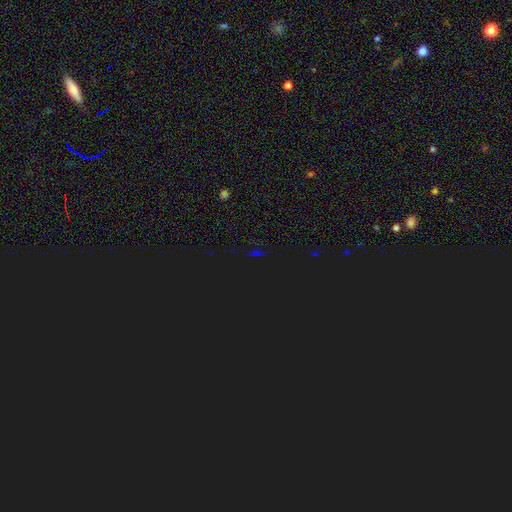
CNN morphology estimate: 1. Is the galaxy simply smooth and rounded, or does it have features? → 76% star or artifact, 16% smooth, 9% featured or disk.